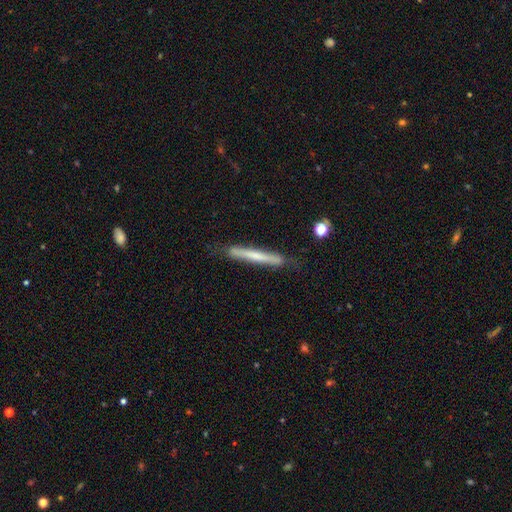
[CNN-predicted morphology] smooth 49%, featured or disk 45%, star or artifact 6%. Down the decision tree: merging — none (77%).